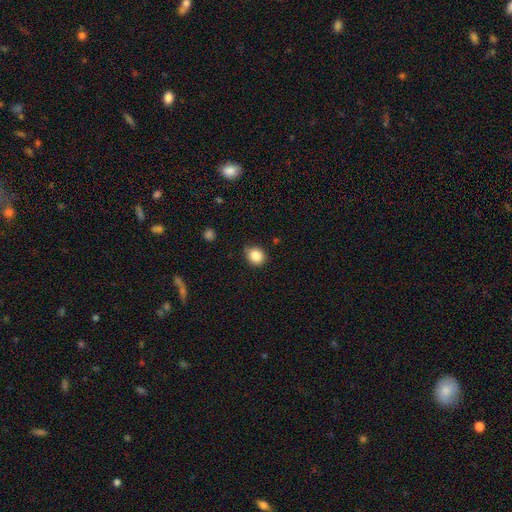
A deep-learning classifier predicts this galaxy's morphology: A smooth galaxy with no disk features (85%) that is round (73%).

Vote fractions:
- Smooth or featured? smooth: 85% / star or artifact: 10% / featured or disk: 5%
- How rounded? round: 73% / in between: 26% / cigar-shaped: 1%
- Merging? none: 79% / minor disturbance: 17% / major disturbance: 3% / merger: 1%